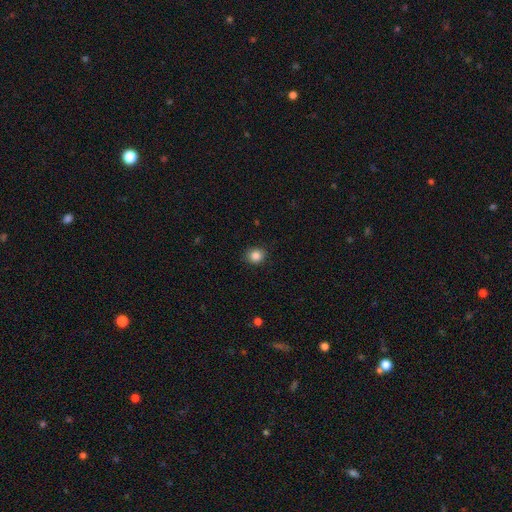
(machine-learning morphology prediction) Smooth or featured? Predicted: smooth (p=0.85). How rounded? Predicted: round (p=0.80). Merging? Predicted: none (p=0.89).